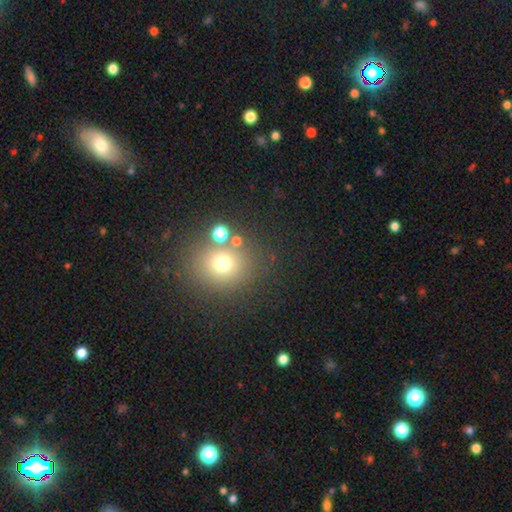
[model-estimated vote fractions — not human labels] Smooth or featured? smooth (54%)
How rounded? round (79%)
Merging? none (77%)